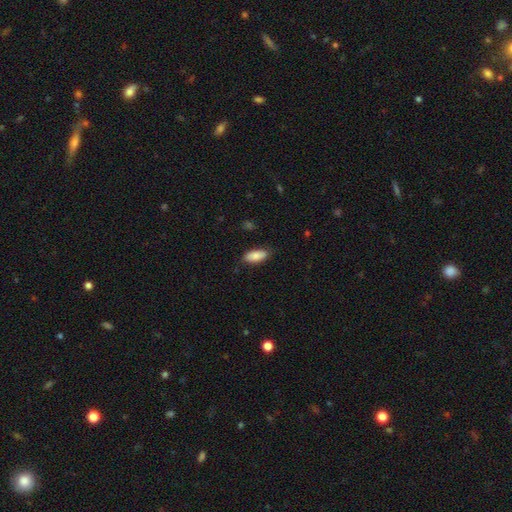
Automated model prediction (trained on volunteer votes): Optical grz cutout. It shows a smooth galaxy with no disk features (86%) that is in between round and cigar-shaped (86%). Merging: none (82%).